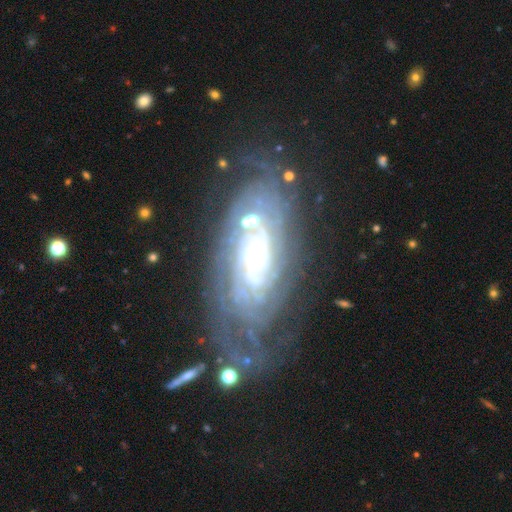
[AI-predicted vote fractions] smooth_or_featured: featured or disk (p=0.86) [alt: smooth p=0.07]
disk_edge_on: no (p=0.93) [alt: yes p=0.07]
bar: no (p=0.71) [alt: weak p=0.20]
has_spiral_arms: yes (p=0.96) [alt: no p=0.04]
spiral_winding: tight (p=0.80) [alt: medium p=0.16]
spiral_arm_count: can't tell (p=0.36) [alt: more than 4 p=0.16]
bulge_size: small (p=0.74) [alt: moderate p=0.16]
merging: none (p=0.66) [alt: minor disturbance p=0.19]